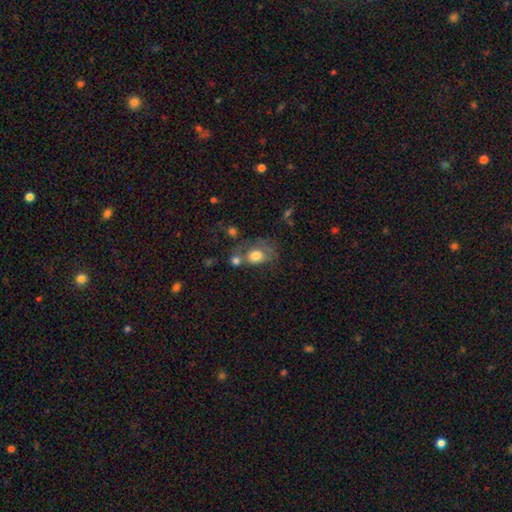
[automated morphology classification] This is likely a smooth galaxy (76%). How rounded: possibly in between (55%). Merging: marginally none (35%).